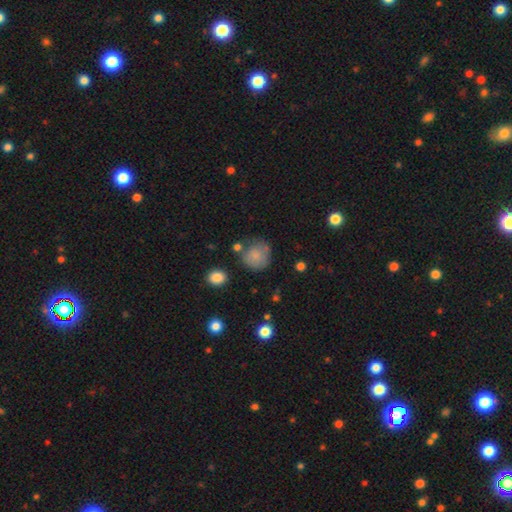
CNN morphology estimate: A smooth galaxy with no disk features (78%) that is round (85%). Merging: none (61%).